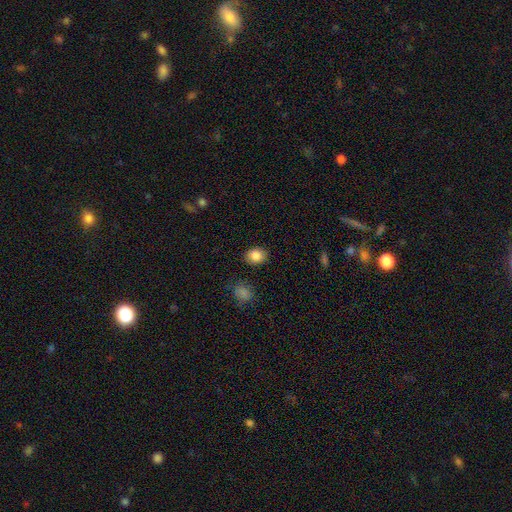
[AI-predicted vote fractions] The model was most divided on "how rounded": round: 52%, in between: 47%, cigar-shaped: 1%. More confident: merging — none (87%); smooth or featured — smooth (85%).